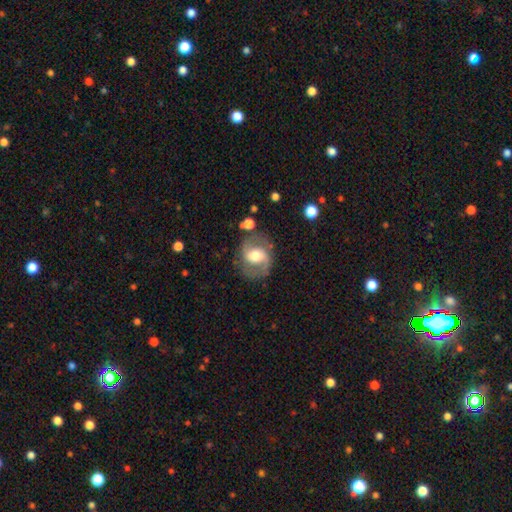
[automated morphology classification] Smooth or featured? featured or disk (71%)
Edge-on disk? no (97%)
Bar? weak (44%)
Spiral arms? yes (84%)
Spiral winding? medium (54%)
Spiral arm count? 2 (88%)
Bulge size? moderate (61%)
Merging? none (75%)